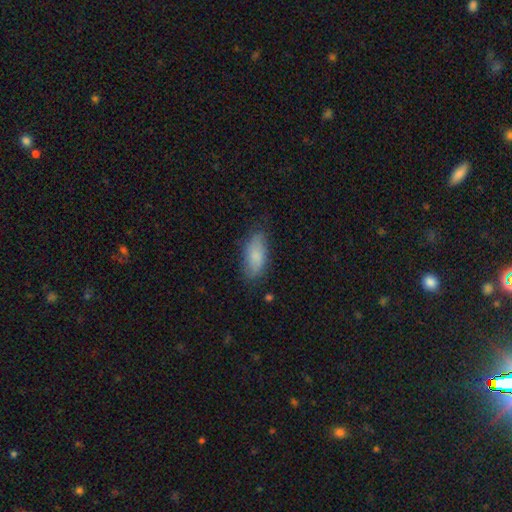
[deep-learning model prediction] Smooth or featured: smooth — 81% (featured or disk — 13%)
How rounded: in between — 86% (cigar-shaped — 11%)
Merging: none — 76% (minor disturbance — 18%)